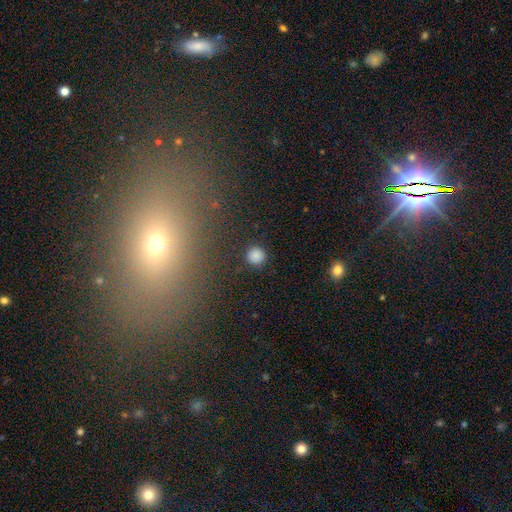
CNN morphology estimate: Smooth or featured? smooth (85%)
How rounded? round (95%)
Merging? none (90%)